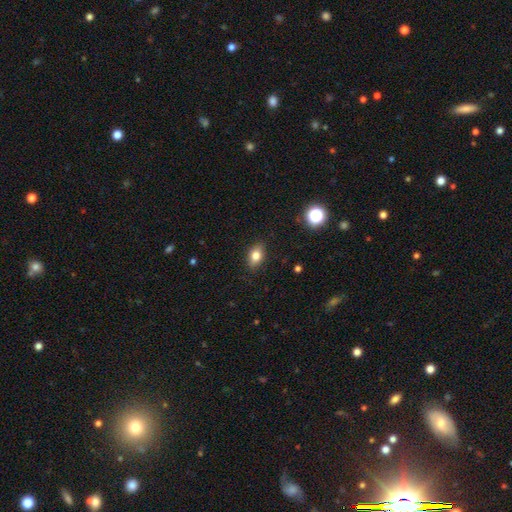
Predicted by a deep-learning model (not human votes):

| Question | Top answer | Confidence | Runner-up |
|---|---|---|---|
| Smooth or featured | smooth | 78% | featured or disk (12%) |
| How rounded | in between | 81% | round (16%) |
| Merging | none | 87% | minor disturbance (10%) |